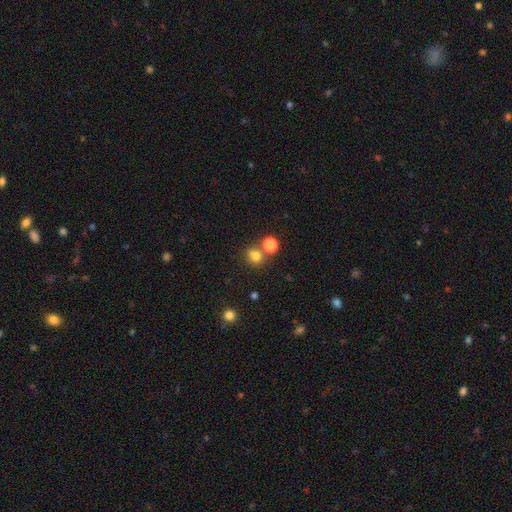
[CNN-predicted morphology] This is likely a smooth galaxy (77%). How rounded: likely round (67%). Merging: likely none (61%).